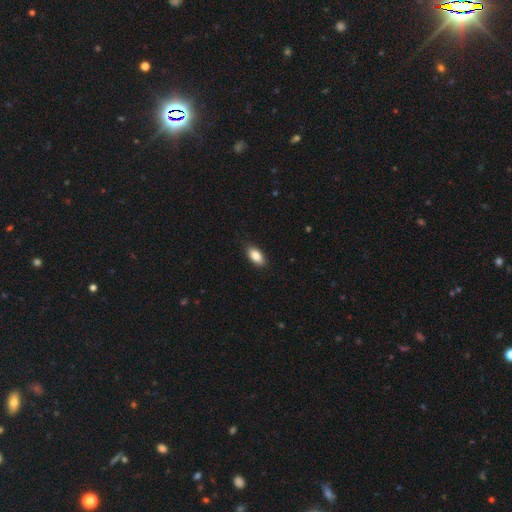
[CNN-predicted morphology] type=smooth (86%); roundness=in between (91%); merging=none (86%).